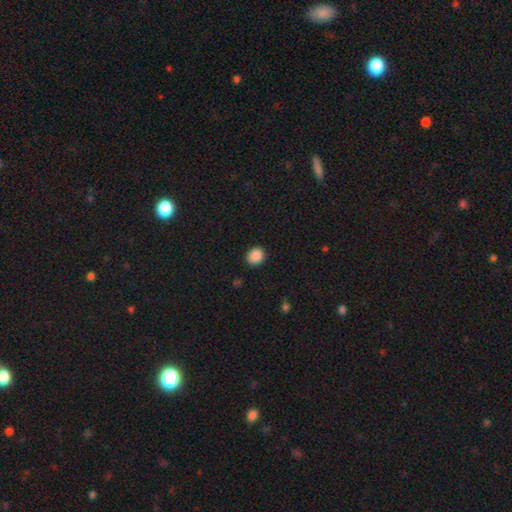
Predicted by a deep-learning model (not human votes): Smooth or featured: smooth — 88% (star or artifact — 9%)
How rounded: round — 67% (in between — 32%)
Merging: none — 89% (minor disturbance — 8%)